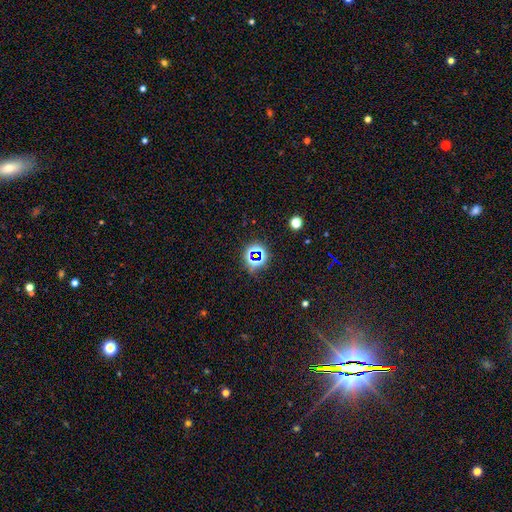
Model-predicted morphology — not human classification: This is likely a star or artifact rather than a galaxy (71%).